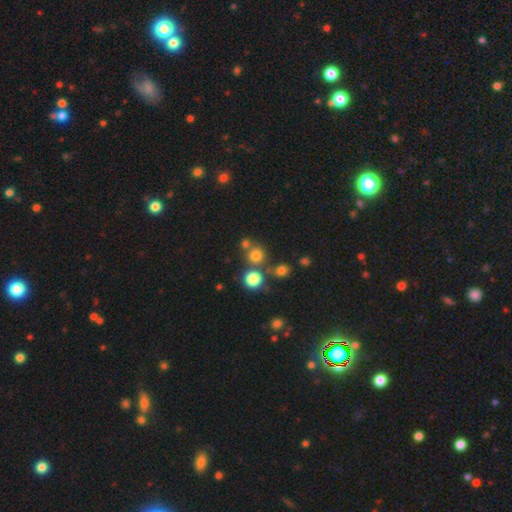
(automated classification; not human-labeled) Smooth or featured: smooth — 74% (star or artifact — 19%)
How rounded: round — 91% (in between — 8%)
Merging: none — 68% (merger — 20%)